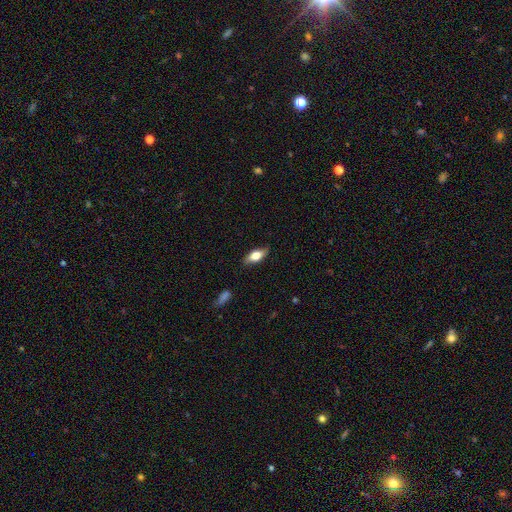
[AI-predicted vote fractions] A smooth galaxy with no disk features (66%) that is in between round and cigar-shaped (78%).

Vote fractions:
- Smooth or featured? smooth: 66% / featured or disk: 27% / star or artifact: 7%
- How rounded? in between: 78% / cigar-shaped: 18% / round: 4%
- Merging? none: 80% / minor disturbance: 15% / major disturbance: 3% / merger: 1%